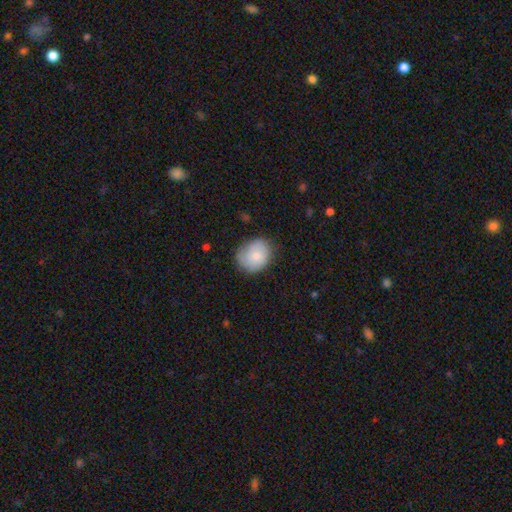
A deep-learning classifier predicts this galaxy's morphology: type=smooth (74%); roundness=round (63%); merging=none (66%).